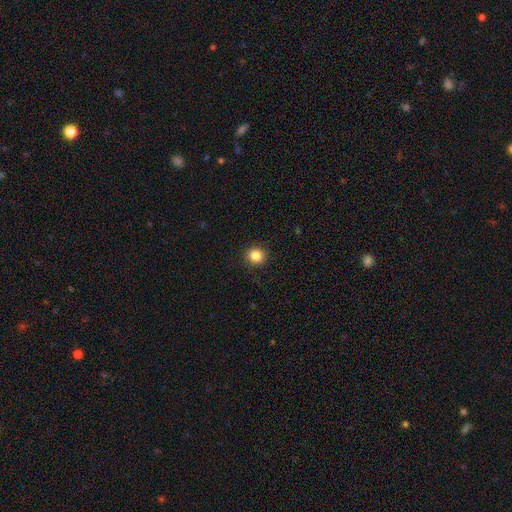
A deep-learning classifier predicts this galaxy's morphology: This appears to be a smooth galaxy with no disk features (85%) that is round (91%). Merging: none (91%).